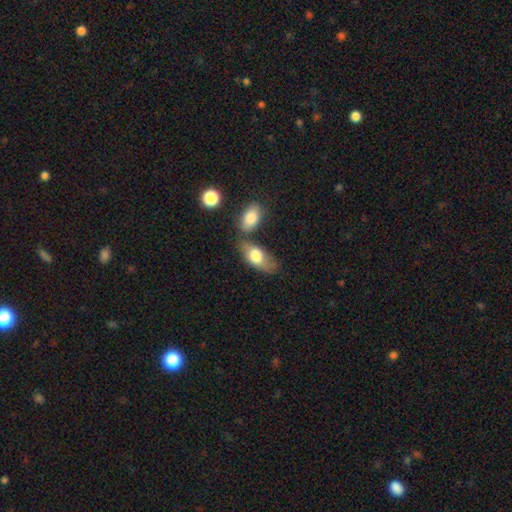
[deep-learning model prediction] The model was most divided on "merging": none: 53%, merger: 23%, minor disturbance: 17%, major disturbance: 6%. More confident: how rounded — in between (87%); smooth or featured — smooth (72%).